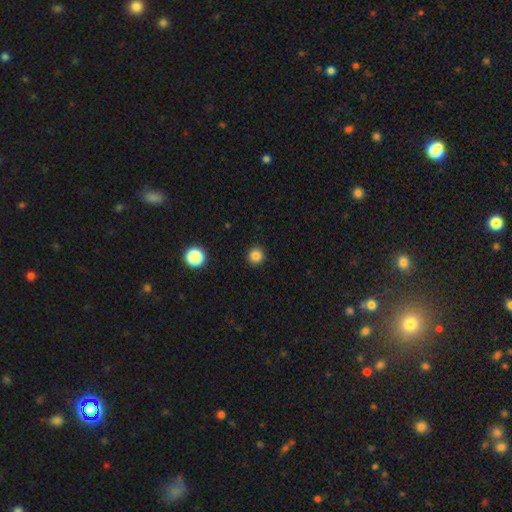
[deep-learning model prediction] smooth_or_featured: smooth (p=0.84) [alt: star or artifact p=0.12]
how_rounded: round (p=0.93) [alt: in between p=0.06]
merging: none (p=0.93) [alt: minor disturbance p=0.05]